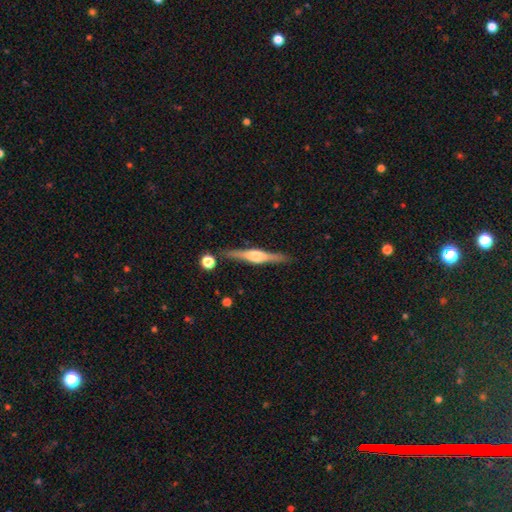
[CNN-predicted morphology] type=featured or disk (77%); edge-on=yes (98%); edge-on bulge=rounded (85%); merging=none (87%).